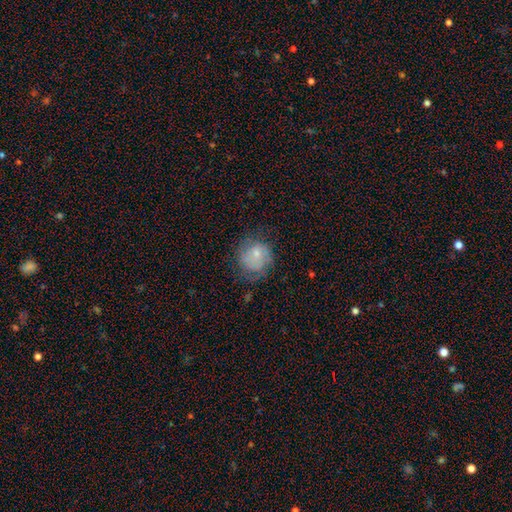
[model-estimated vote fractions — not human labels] The model was most divided on "merging": none: 55%, minor disturbance: 27%, major disturbance: 16%, merger: 2%. More confident: how rounded — round (81%); smooth or featured — smooth (61%).